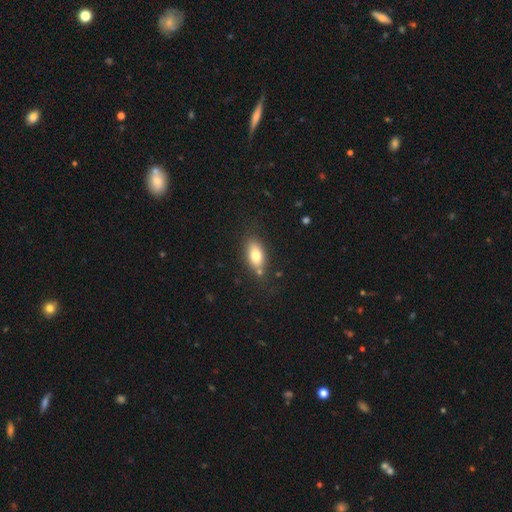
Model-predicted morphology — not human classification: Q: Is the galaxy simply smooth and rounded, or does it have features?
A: smooth — 77%.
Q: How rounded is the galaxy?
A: in between — 87%.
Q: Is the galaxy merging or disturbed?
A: none — 72%.